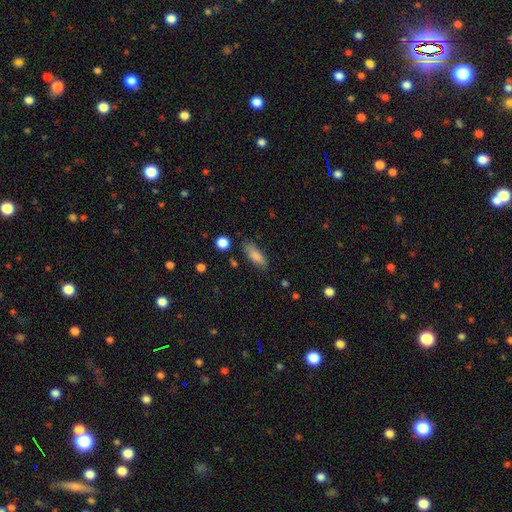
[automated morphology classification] Smooth or featured? Predicted: smooth (p=0.83). How rounded? Predicted: in between (p=0.63). Merging? Predicted: none (p=0.77).